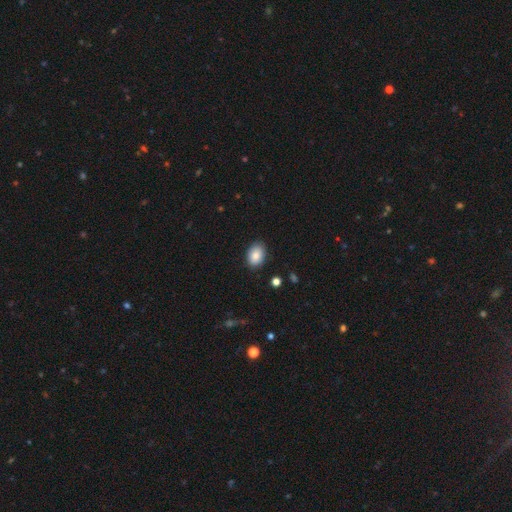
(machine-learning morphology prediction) Smooth or featured? Predicted: smooth (p=0.84). How rounded? Predicted: in between (p=0.80). Merging? Predicted: none (p=0.85).